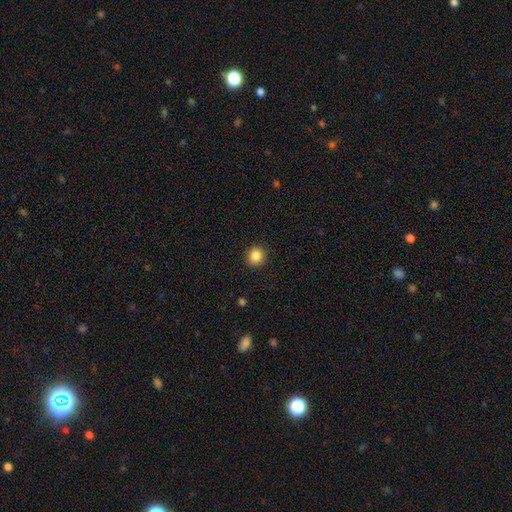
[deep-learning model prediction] Smooth or featured: smooth — 85% (star or artifact — 10%)
How rounded: round — 91% (in between — 8%)
Merging: none — 92% (minor disturbance — 5%)